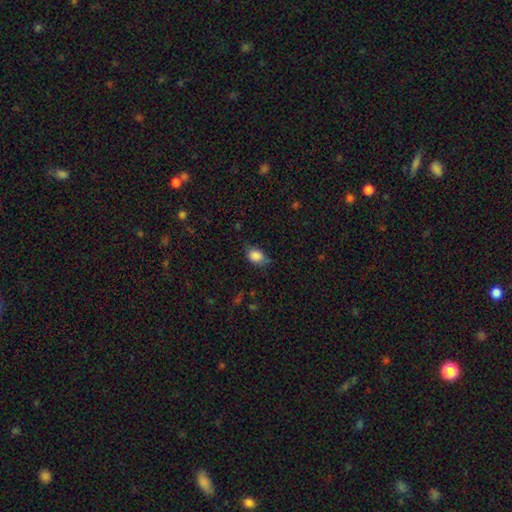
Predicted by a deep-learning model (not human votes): Smooth or featured?
  - smooth: 86% *
  - star or artifact: 9%
  - featured or disk: 6%
How rounded?
  - in between: 70% *
  - round: 28%
  - cigar-shaped: 1%
Merging?
  - none: 63% *
  - minor disturbance: 28%
  - major disturbance: 7%
  - merger: 2%